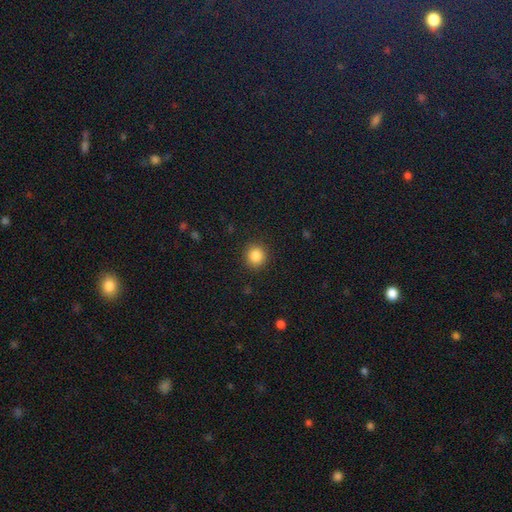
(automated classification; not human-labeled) Overall: smooth (86%). How rounded: round (90%). Merging: none (90%).